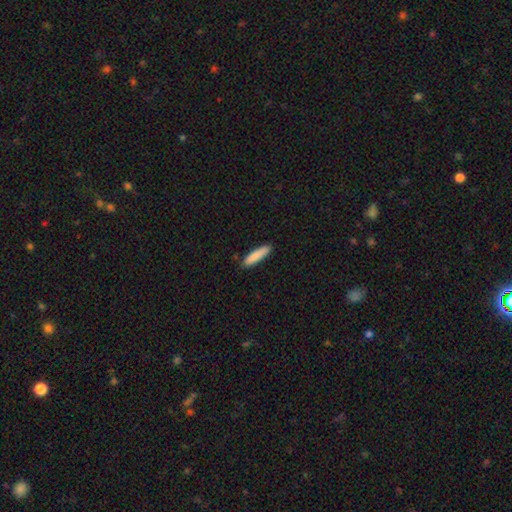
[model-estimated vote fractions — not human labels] The model was most divided on "how rounded": cigar-shaped: 79%, in between: 19%, round: 1%. More confident: merging — none (88%); smooth or featured — smooth (87%).